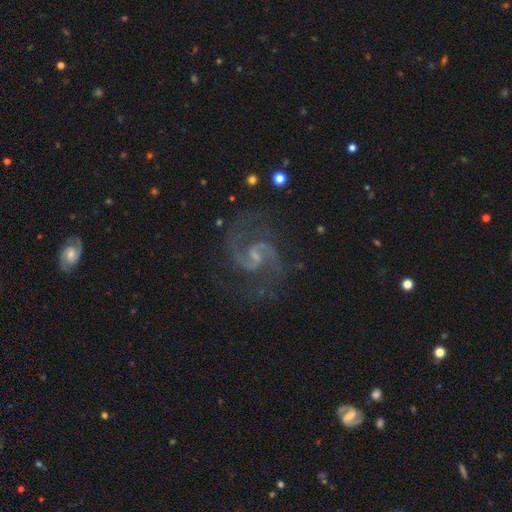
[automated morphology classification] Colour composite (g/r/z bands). It shows a featured or disk galaxy (93%) with a weak bar (59%), 2 (94%) medium (68%) spiral arms (99%) and a small central bulge (56%). Merging: none (77%).